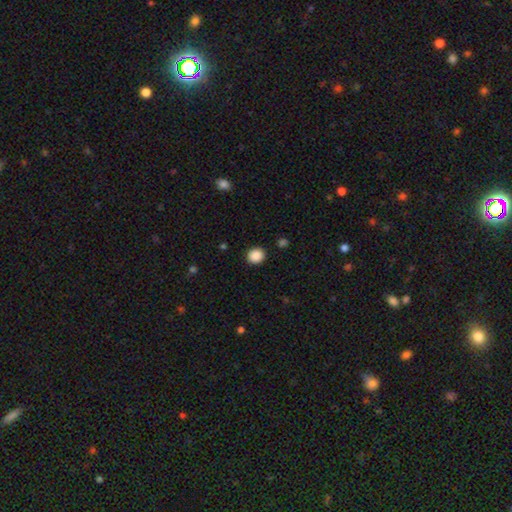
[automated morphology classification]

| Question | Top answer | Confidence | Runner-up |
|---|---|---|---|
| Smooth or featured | smooth | 88% | star or artifact (9%) |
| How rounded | round | 76% | in between (23%) |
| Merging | none | 90% | minor disturbance (7%) |